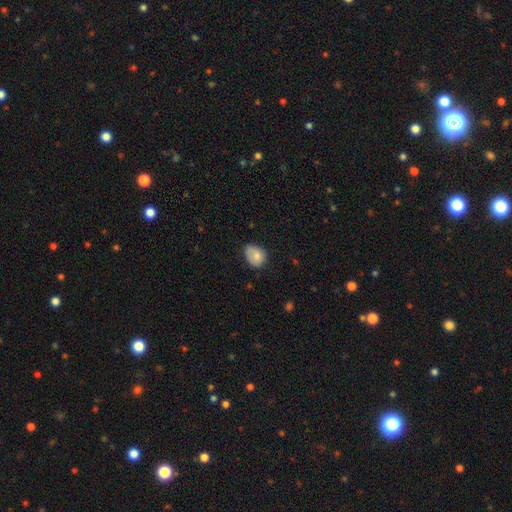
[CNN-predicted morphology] Smooth or featured?
  - smooth: 77% *
  - featured or disk: 15%
  - star or artifact: 8%
How rounded?
  - in between: 54% *
  - round: 45%
  - cigar-shaped: 1%
Merging?
  - none: 49% *
  - minor disturbance: 39%
  - major disturbance: 10%
  - merger: 2%